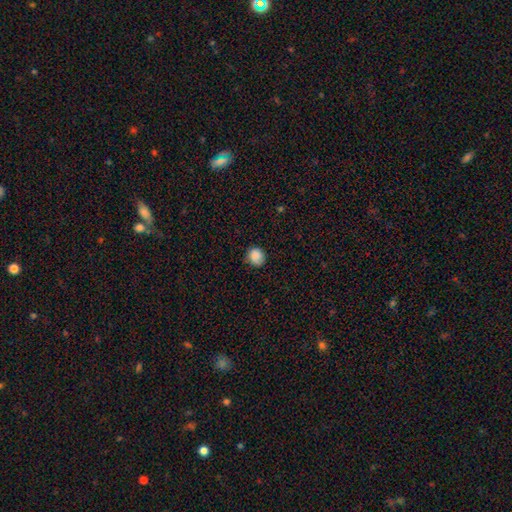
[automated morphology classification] type=smooth (87%); roundness=round (80%); merging=none (77%).